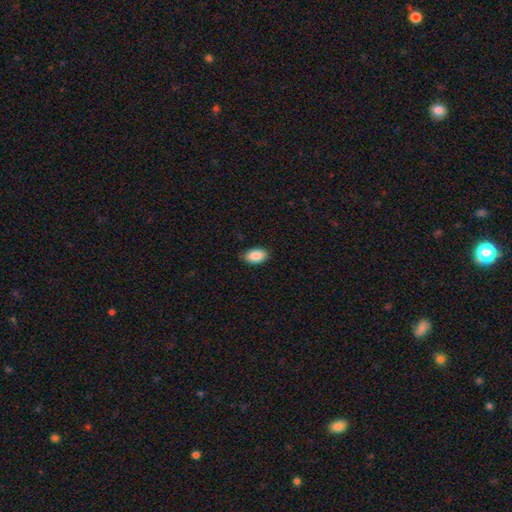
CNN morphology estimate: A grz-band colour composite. It shows a smooth galaxy with no disk features (89%) that is in between round and cigar-shaped (93%). Merging: none (85%).